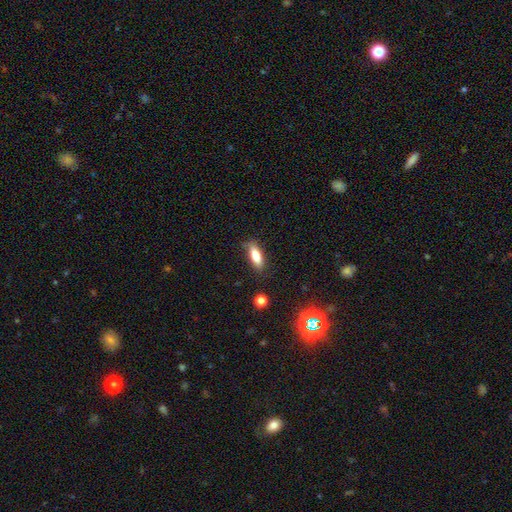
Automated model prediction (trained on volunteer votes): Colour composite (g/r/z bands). It shows a smooth galaxy with no disk features (79%) that is in between round and cigar-shaped (62%). Merging: none (78%).